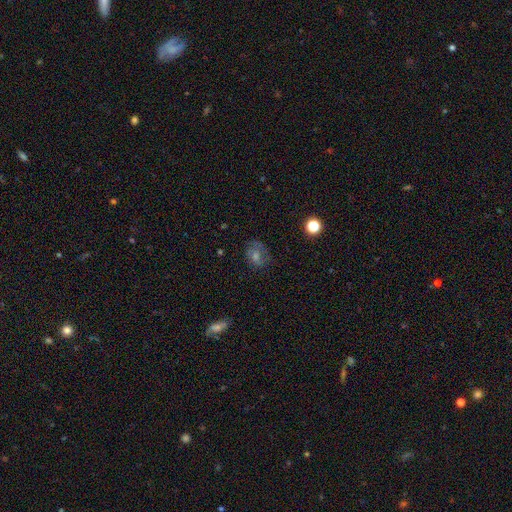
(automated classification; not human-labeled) A smooth galaxy with no disk features (39%). Merging: none (66%).